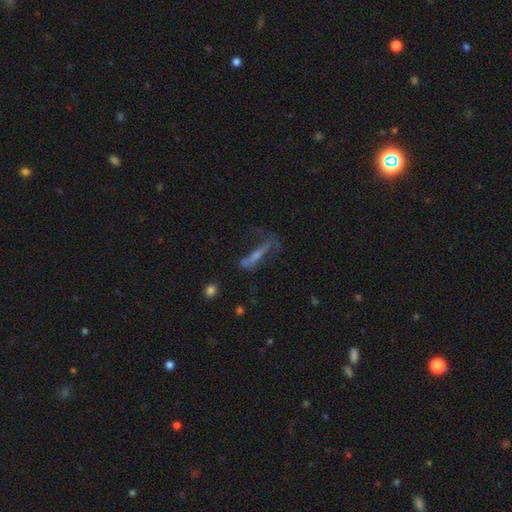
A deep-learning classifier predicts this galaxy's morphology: Smooth or featured?
  - featured or disk: 54% *
  - smooth: 30%
  - star or artifact: 16%
Edge-on disk?
  - yes: 52% *
  - no: 48%
Merging?
  - none: 41% *
  - major disturbance: 33%
  - minor disturbance: 20%
  - merger: 5%